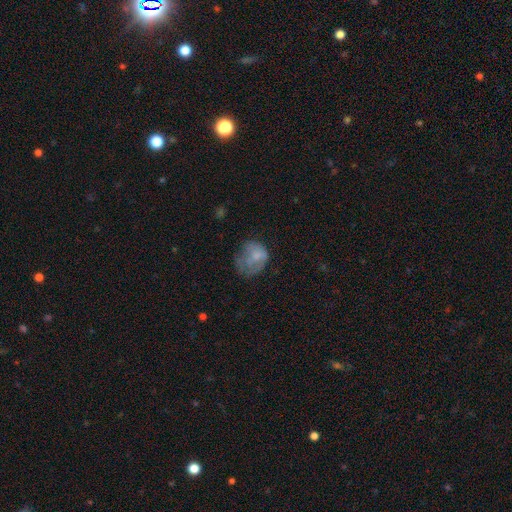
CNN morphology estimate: smooth-or-featured: smooth: 63% | featured or disk: 27% | star or artifact: 10%
  how-rounded: round: 58% | in between: 41% | cigar-shaped: 1%
  merging: none: 38% | major disturbance: 30% | minor disturbance: 30% | merger: 2%